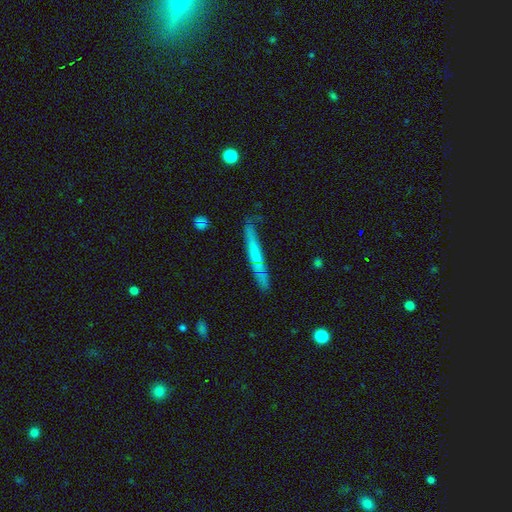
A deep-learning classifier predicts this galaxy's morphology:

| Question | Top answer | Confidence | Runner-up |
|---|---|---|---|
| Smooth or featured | smooth | 51% | featured or disk (43%) |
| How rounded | cigar-shaped | 95% | in between (3%) |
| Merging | none | 74% | minor disturbance (19%) |